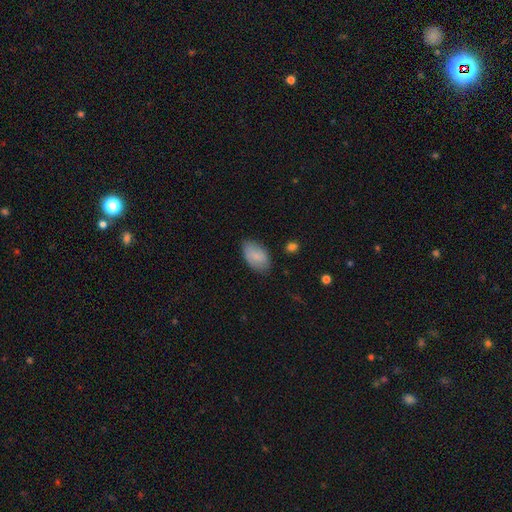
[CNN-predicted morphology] A smooth galaxy with no disk features (76%) that is in between round and cigar-shaped (93%).

Vote fractions:
- Smooth or featured? smooth: 76% / featured or disk: 17% / star or artifact: 6%
- How rounded? in between: 93% / round: 5% / cigar-shaped: 1%
- Merging? none: 77% / minor disturbance: 18% / major disturbance: 3% / merger: 1%